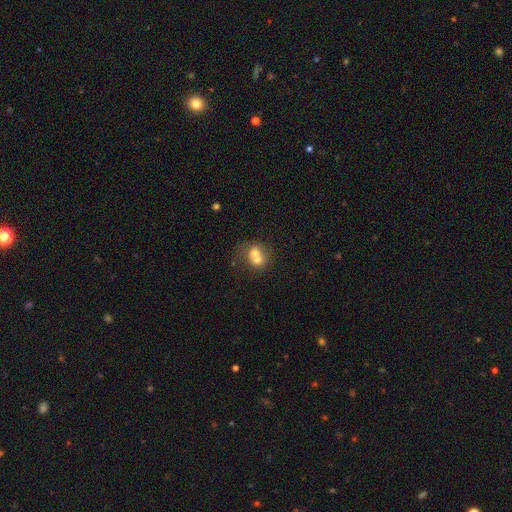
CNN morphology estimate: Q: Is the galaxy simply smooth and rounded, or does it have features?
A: smooth — 63%.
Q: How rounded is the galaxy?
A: round — 73%.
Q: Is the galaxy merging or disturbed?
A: merger — 67%.